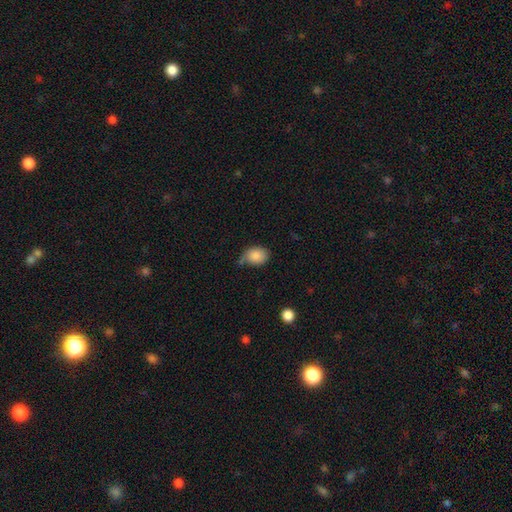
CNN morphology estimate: Smooth or featured? Predicted: smooth (p=0.85). How rounded? Predicted: in between (p=0.60). Merging? Predicted: none (p=0.49).